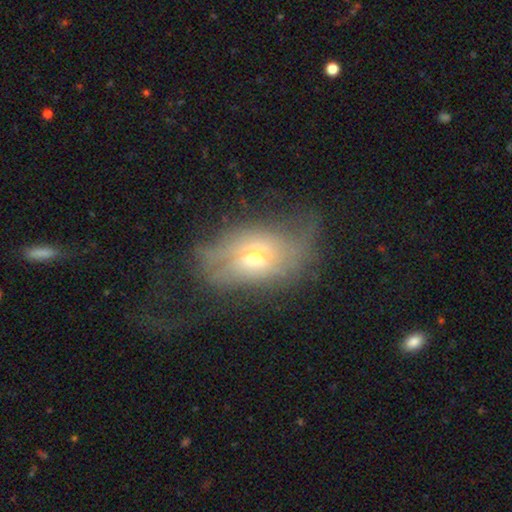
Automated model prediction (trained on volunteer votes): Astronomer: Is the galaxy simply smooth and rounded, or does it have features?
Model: featured or disk — 46% (runner-up: smooth, 42%).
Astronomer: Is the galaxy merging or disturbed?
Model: none — 35% (runner-up: major disturbance, 34%).